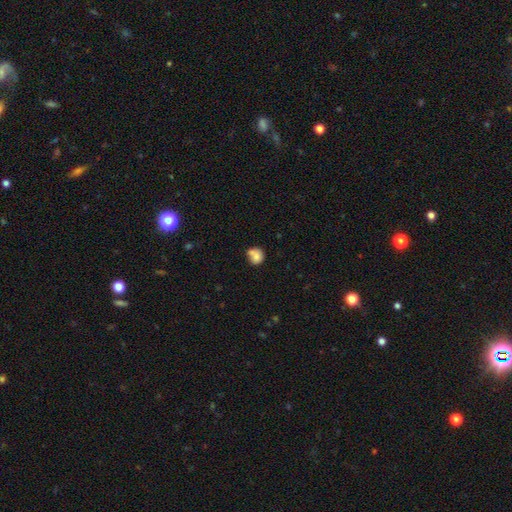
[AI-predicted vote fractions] The model was most divided on "merging": none: 46%, merger: 28%, minor disturbance: 20%, major disturbance: 7%. More confident: how rounded — round (80%); smooth or featured — smooth (79%).